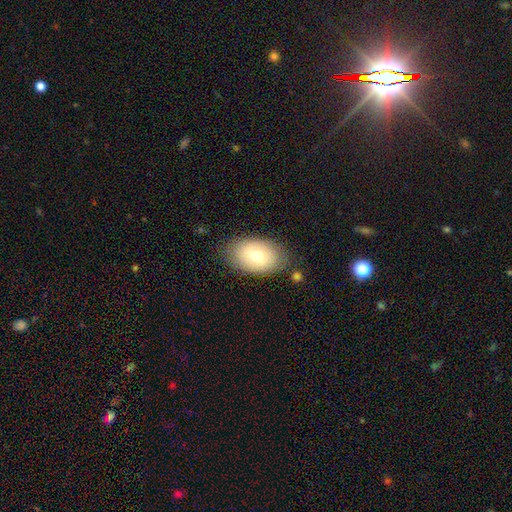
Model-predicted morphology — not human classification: smooth_or_featured: smooth (p=0.70) [alt: featured or disk p=0.21]
how_rounded: in between (p=0.87) [alt: round p=0.11]
merging: none (p=0.77) [alt: minor disturbance p=0.16]